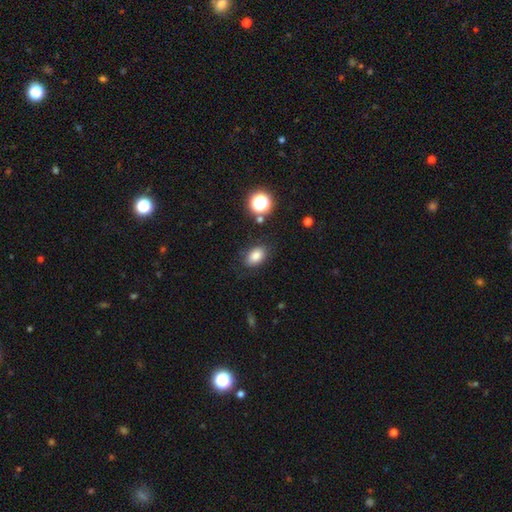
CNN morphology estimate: This appears to be a smooth galaxy with no disk features (82%) that is in between round and cigar-shaped (84%). Merging: none (83%).